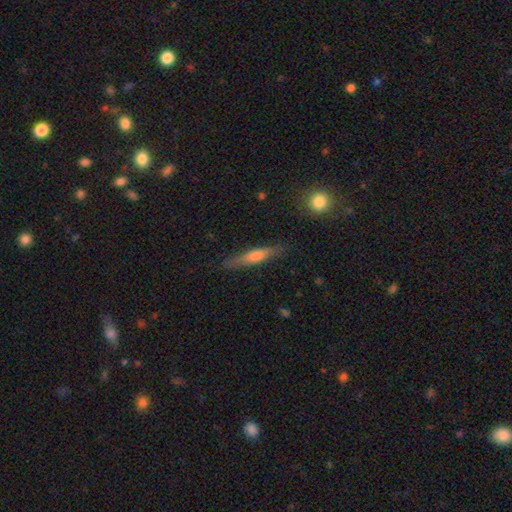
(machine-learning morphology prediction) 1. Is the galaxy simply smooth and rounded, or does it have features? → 53% smooth, 41% featured or disk, 6% star or artifact.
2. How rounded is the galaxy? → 88% cigar-shaped, 10% in between, 2% round.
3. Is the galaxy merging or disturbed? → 84% none, 12% minor disturbance, 3% major disturbance, 1% merger.